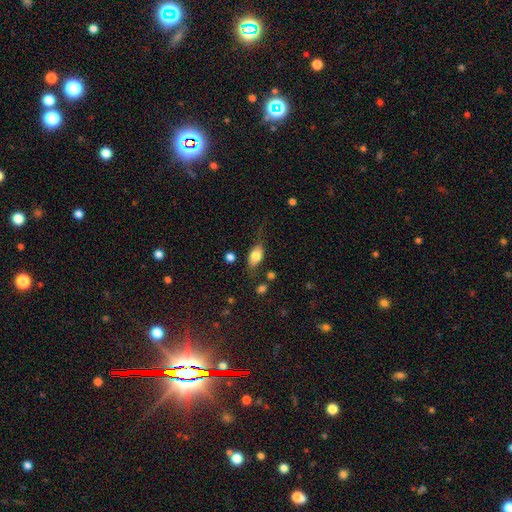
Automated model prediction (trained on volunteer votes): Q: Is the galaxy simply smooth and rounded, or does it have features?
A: smooth — 74%.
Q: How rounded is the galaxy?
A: in between — 85%.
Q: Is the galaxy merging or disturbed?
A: none — 62%.